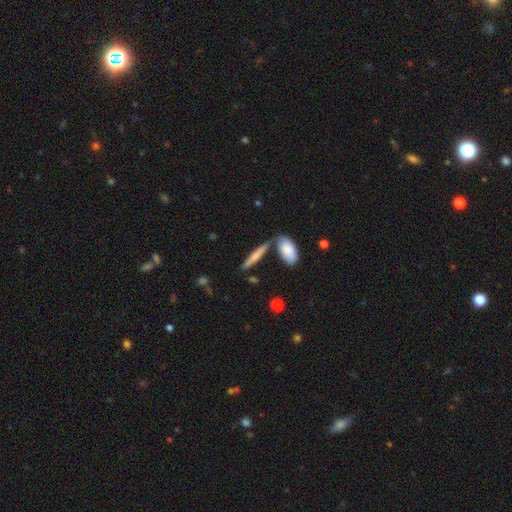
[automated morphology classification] Smooth or featured?
  - smooth: 60% *
  - featured or disk: 33%
  - star or artifact: 6%
How rounded?
  - cigar-shaped: 83% *
  - in between: 14%
  - round: 3%
Merging?
  - none: 71% *
  - merger: 14%
  - minor disturbance: 11%
  - major disturbance: 3%